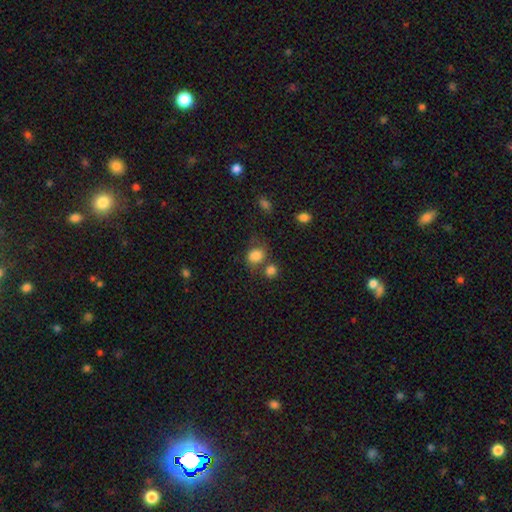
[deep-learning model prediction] smooth 82%, star or artifact 10%, featured or disk 8%. Down the decision tree: how rounded — round (56%); merging — none (53%).